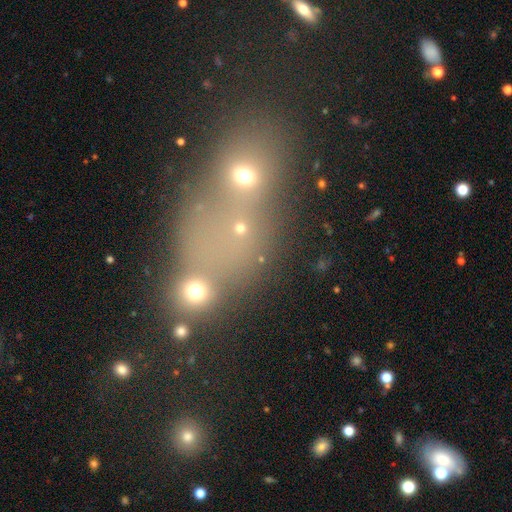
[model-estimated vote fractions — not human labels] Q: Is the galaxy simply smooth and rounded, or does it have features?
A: smooth — 45%.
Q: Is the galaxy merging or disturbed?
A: merger — 57%.